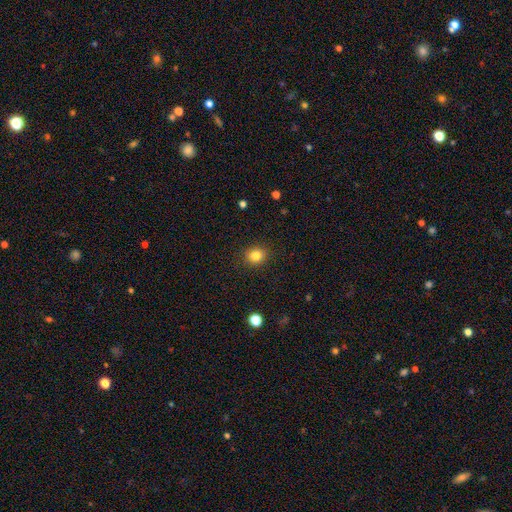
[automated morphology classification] Smooth or featured: smooth — 83% (star or artifact — 11%)
How rounded: round — 74% (in between — 25%)
Merging: none — 90% (minor disturbance — 7%)